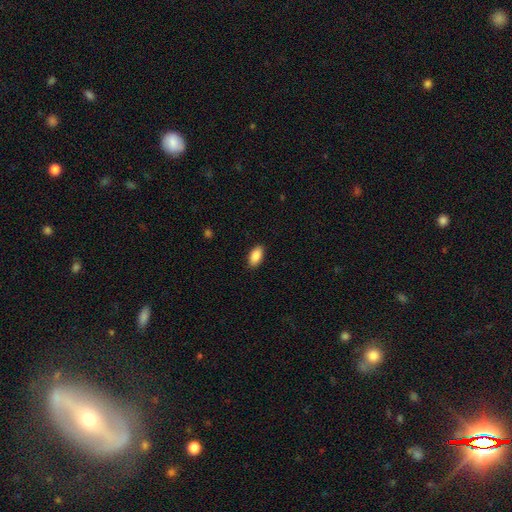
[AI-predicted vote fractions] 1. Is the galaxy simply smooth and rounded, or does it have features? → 89% smooth, 7% star or artifact, 4% featured or disk.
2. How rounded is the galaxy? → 93% in between, 3% round, 3% cigar-shaped.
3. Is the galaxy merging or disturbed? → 89% none, 8% minor disturbance, 2% major disturbance, 1% merger.